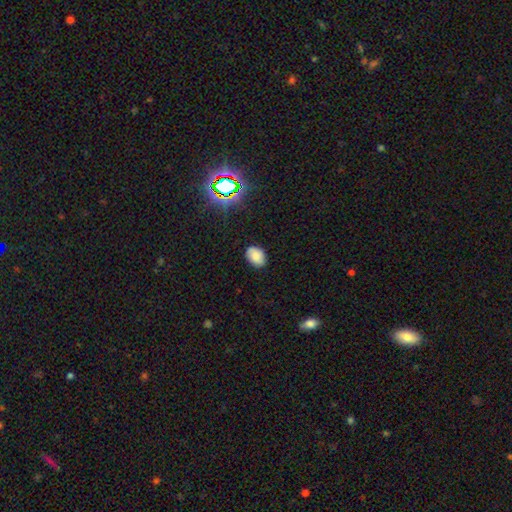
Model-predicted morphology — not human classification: A smooth galaxy with no disk features (77%) that is in between round and cigar-shaped (77%). Merging: none (85%).